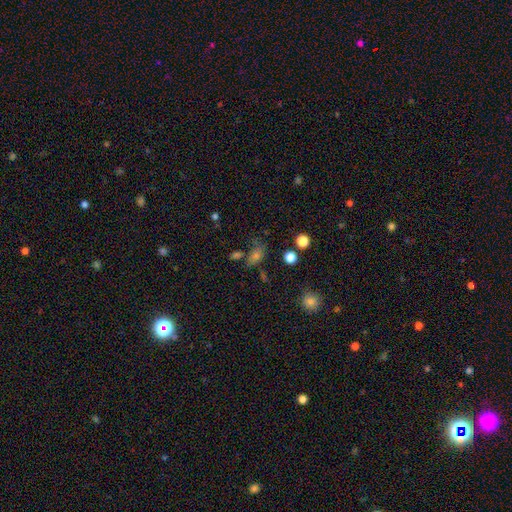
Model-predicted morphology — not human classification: smooth-or-featured: smooth: 60% | star or artifact: 26% | featured or disk: 14%
  how-rounded: in between: 69% | round: 24% | cigar-shaped: 7%
  merging: none: 52% | minor disturbance: 19% | merger: 15% | major disturbance: 14%